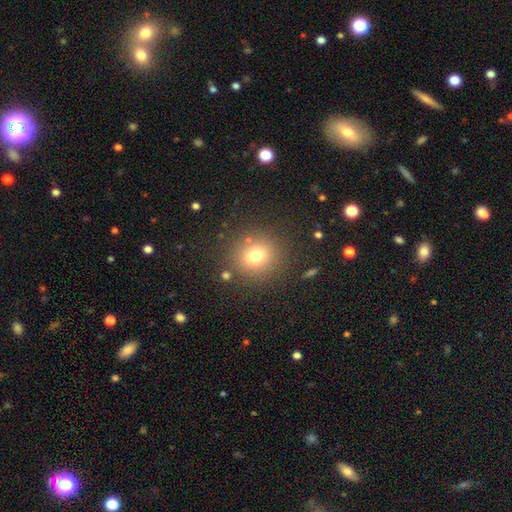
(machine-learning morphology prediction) This appears to be a smooth galaxy with no disk features (73%) that is round (86%). Merging: none (83%).